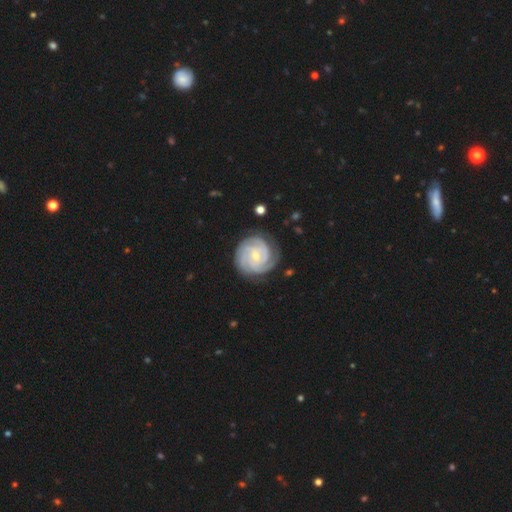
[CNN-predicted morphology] smooth_or_featured: featured or disk (p=0.89) [alt: smooth p=0.07]
disk_edge_on: no (p=0.98) [alt: yes p=0.02]
bar: no (p=0.57) [alt: weak p=0.34]
has_spiral_arms: yes (p=0.98) [alt: no p=0.02]
spiral_winding: tight (p=0.82) [alt: medium p=0.16]
spiral_arm_count: 3 (p=0.35) [alt: 4 p=0.25]
bulge_size: small (p=0.57) [alt: moderate p=0.40]
merging: none (p=0.81) [alt: minor disturbance p=0.14]